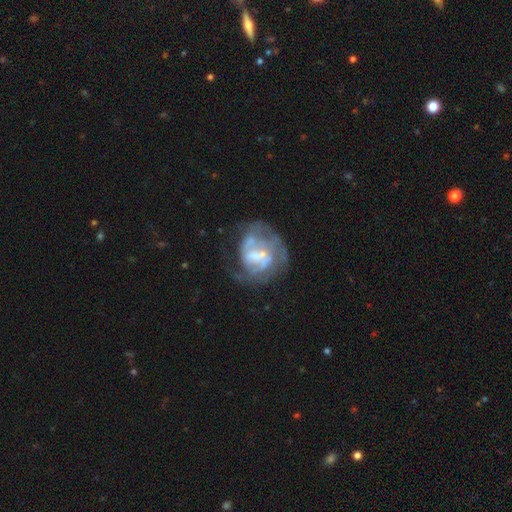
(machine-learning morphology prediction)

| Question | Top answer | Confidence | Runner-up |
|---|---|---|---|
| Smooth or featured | featured or disk | 74% | smooth (18%) |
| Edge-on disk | no | 98% | yes (2%) |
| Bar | weak | 44% | no (36%) |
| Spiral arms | yes | 69% | no (31%) |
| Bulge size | small | 31% | none (29%) |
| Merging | none | 43% | major disturbance (30%) |